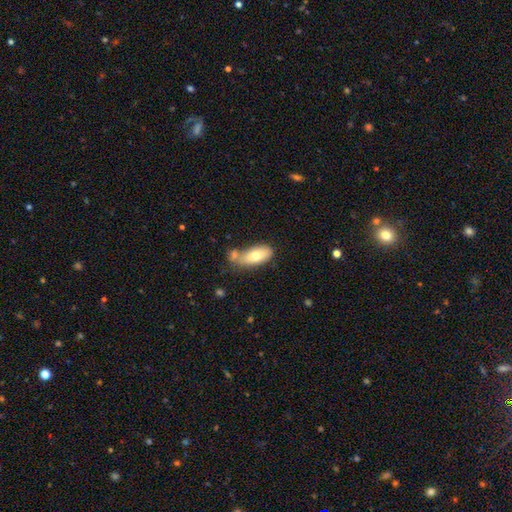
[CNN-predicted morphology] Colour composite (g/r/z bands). It shows a smooth galaxy with no disk features (74%) that is in between round and cigar-shaped (86%). Merging: none (50%).